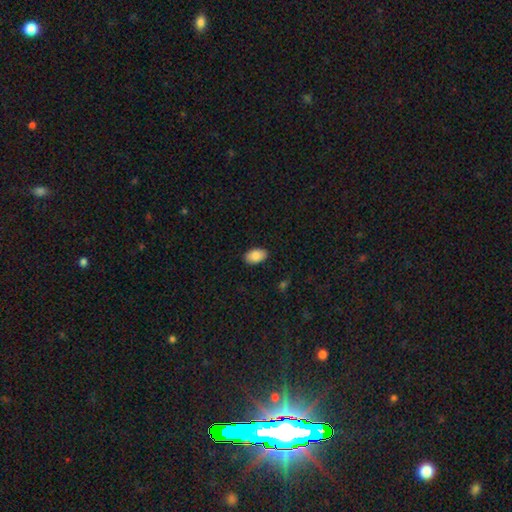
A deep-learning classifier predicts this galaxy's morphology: Overall: smooth (88%). How rounded: in between (93%). Merging: none (88%).